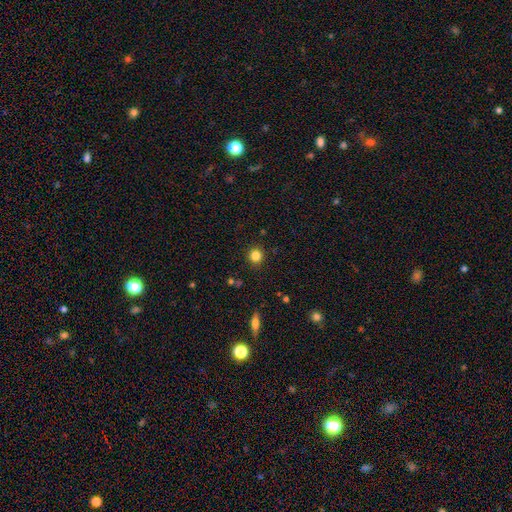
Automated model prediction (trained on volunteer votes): smooth_or_featured: smooth (p=0.83) [alt: star or artifact p=0.12]
how_rounded: round (p=0.91) [alt: in between p=0.08]
merging: none (p=0.90) [alt: minor disturbance p=0.07]